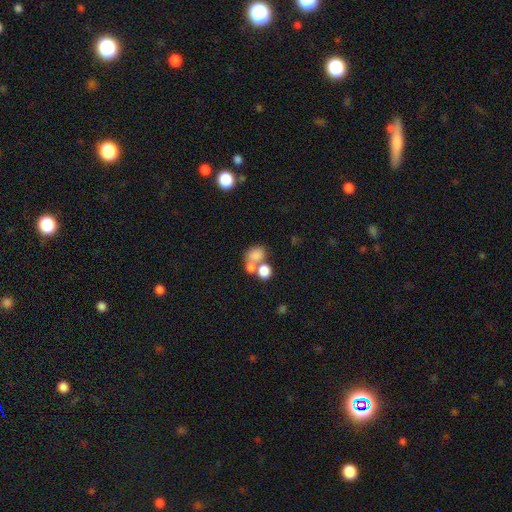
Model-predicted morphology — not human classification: A smooth galaxy with no disk features (75%) that is round (53%).

Vote fractions:
- Smooth or featured? smooth: 75% / featured or disk: 13% / star or artifact: 12%
- How rounded? round: 53% / in between: 46% / cigar-shaped: 1%
- Merging? merger: 52% / none: 33% / minor disturbance: 9% / major disturbance: 7%